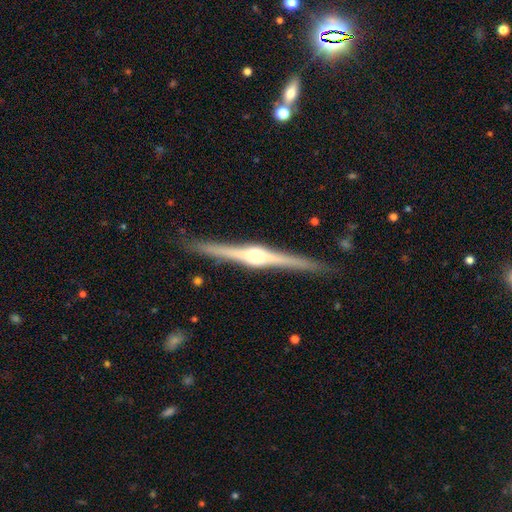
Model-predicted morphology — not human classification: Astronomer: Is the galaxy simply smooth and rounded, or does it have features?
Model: featured or disk — 87%.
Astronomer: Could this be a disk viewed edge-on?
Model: yes — 99%.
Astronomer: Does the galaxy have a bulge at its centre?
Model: rounded — 87%.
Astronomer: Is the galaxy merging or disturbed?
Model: none — 91%.